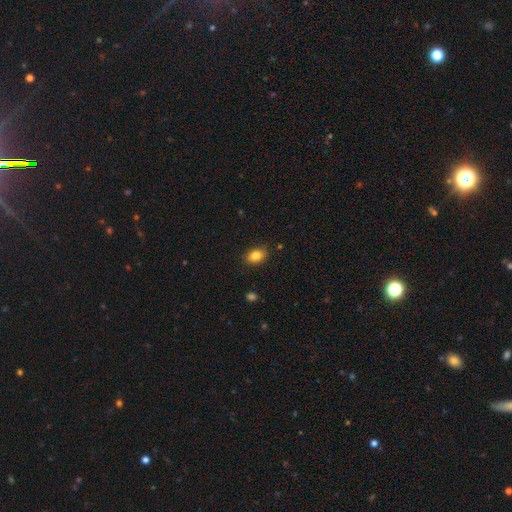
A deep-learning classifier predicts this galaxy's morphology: This appears to be a smooth galaxy with no disk features (84%) that is in between round and cigar-shaped (78%). Merging: none (86%).